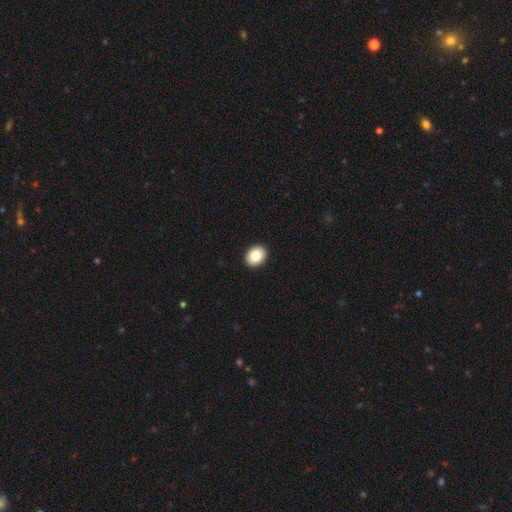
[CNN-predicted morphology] Overall: smooth (84%). How rounded: in between (60%; round 39%). Merging: none (93%).